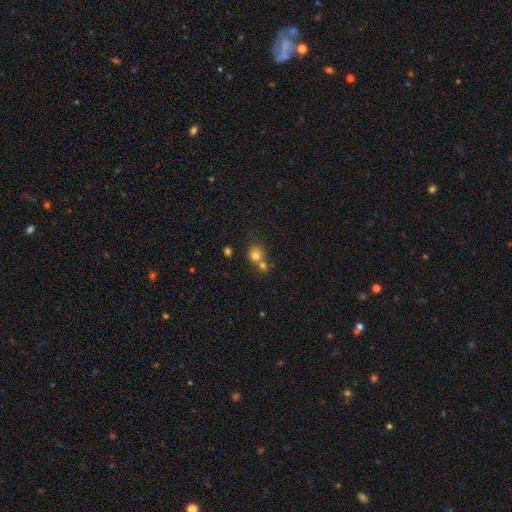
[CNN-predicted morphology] A smooth galaxy with no disk features (76%) that is round (81%). Merging: none (47%).